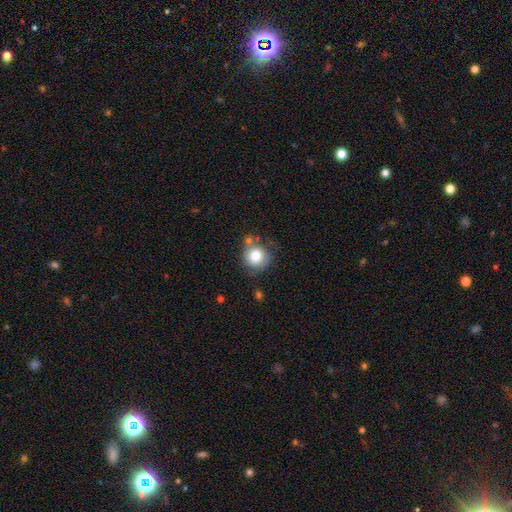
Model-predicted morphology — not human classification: type=smooth (78%); roundness=round (87%); merging=none (64%).